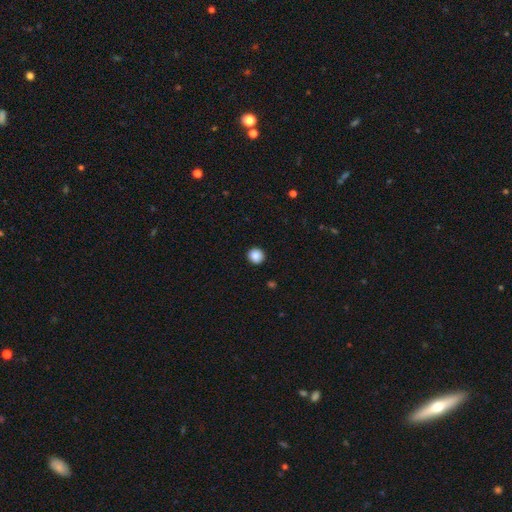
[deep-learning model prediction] Overall: smooth (88%). How rounded: round (93%). Merging: none (93%).